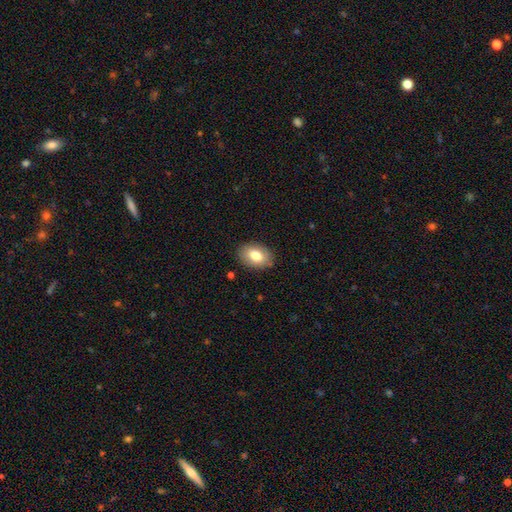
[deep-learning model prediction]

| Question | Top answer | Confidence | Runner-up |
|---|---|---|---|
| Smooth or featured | smooth | 79% | featured or disk (14%) |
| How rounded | in between | 86% | round (12%) |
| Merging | none | 86% | minor disturbance (10%) |